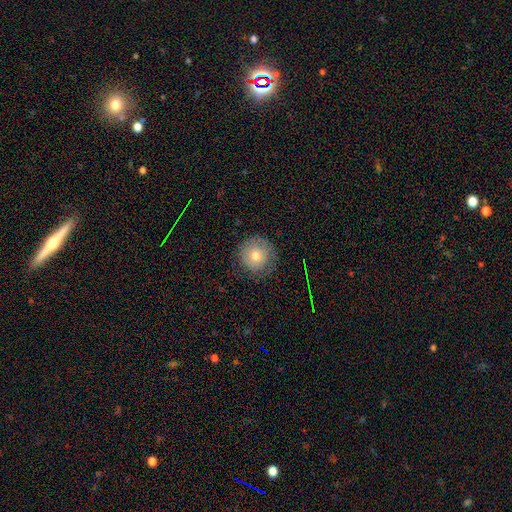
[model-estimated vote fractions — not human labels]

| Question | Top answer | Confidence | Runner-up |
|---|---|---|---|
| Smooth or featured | smooth | 65% | featured or disk (23%) |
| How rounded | round | 94% | in between (5%) |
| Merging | none | 79% | minor disturbance (15%) |